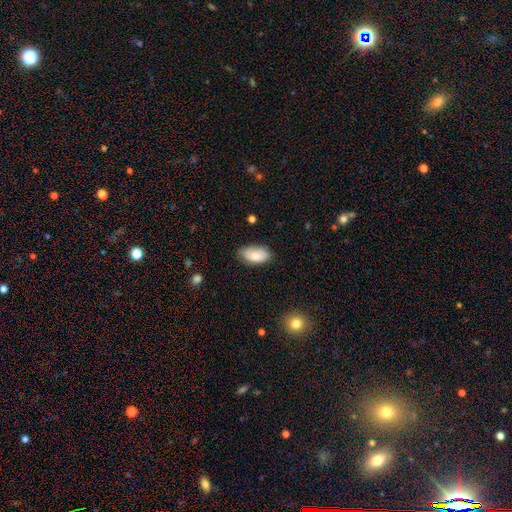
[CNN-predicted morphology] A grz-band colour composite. It shows a smooth galaxy with no disk features (83%) that is in between round and cigar-shaped (94%). Merging: none (71%).